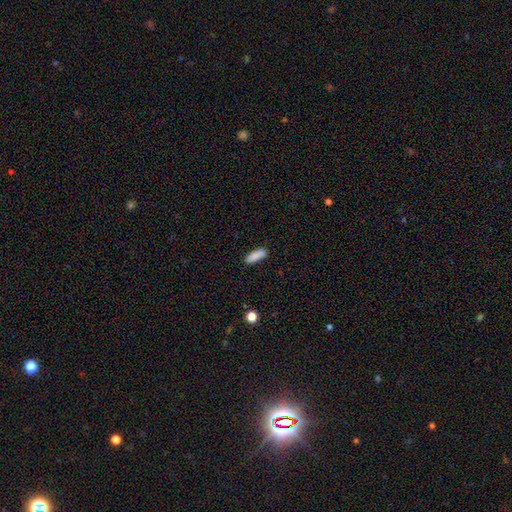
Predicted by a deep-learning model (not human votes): smooth 88%, star or artifact 7%, featured or disk 5%. Down the decision tree: how rounded — in between (61%); merging — none (85%).